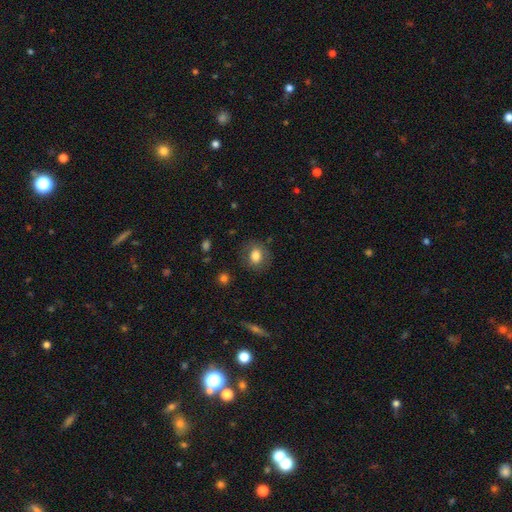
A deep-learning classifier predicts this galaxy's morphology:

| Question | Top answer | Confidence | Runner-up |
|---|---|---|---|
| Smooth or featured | smooth | 76% | featured or disk (15%) |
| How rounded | round | 57% | in between (42%) |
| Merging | none | 79% | minor disturbance (14%) |